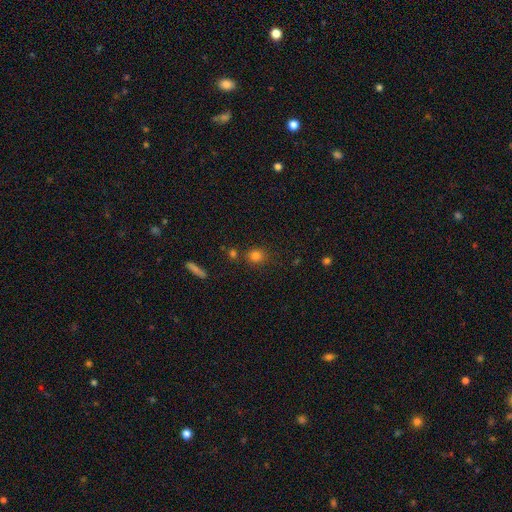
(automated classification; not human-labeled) smooth-or-featured: smooth: 80% | star or artifact: 14% | featured or disk: 7%
  how-rounded: round: 81% | in between: 17% | cigar-shaped: 2%
  merging: none: 75% | minor disturbance: 11% | merger: 10% | major disturbance: 4%